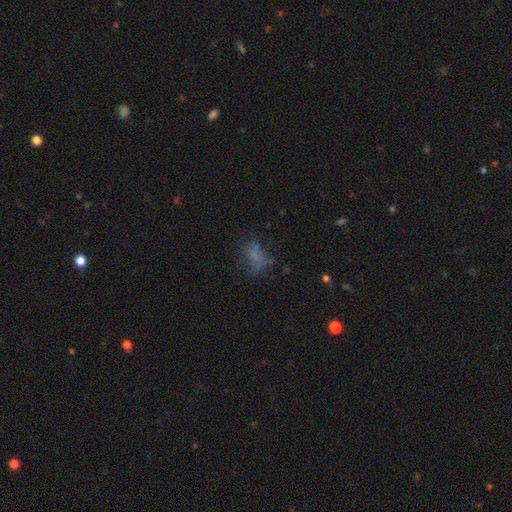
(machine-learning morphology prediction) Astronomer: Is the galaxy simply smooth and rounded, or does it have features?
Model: smooth — 56%.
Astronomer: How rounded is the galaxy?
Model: in between — 76%.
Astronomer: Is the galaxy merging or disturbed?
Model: none — 48% (runner-up: major disturbance, 26%).